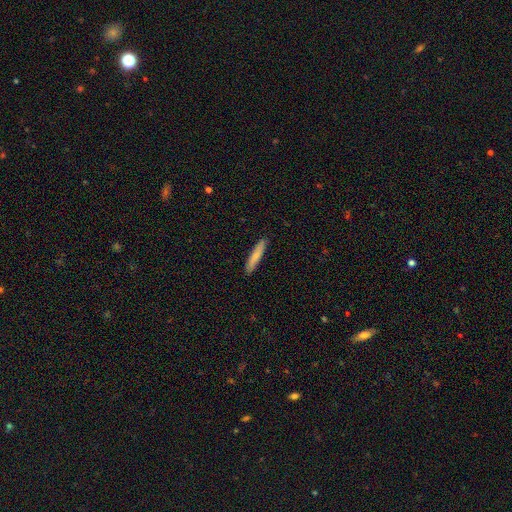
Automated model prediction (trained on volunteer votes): Smooth or featured? smooth (75%)
How rounded? cigar-shaped (89%)
Merging? none (90%)